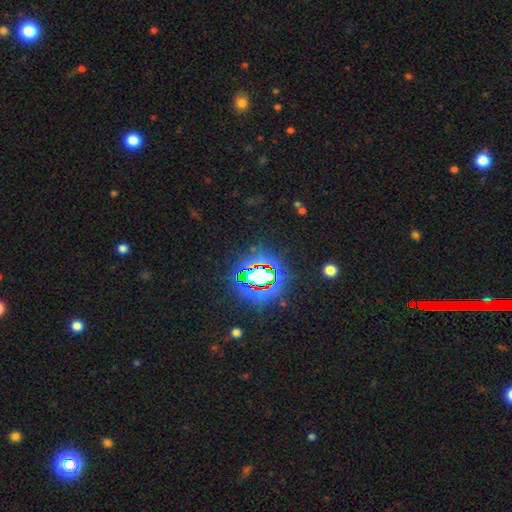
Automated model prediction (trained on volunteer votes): Smooth or featured?
  - star or artifact: 82% *
  - smooth: 11%
  - featured or disk: 7%